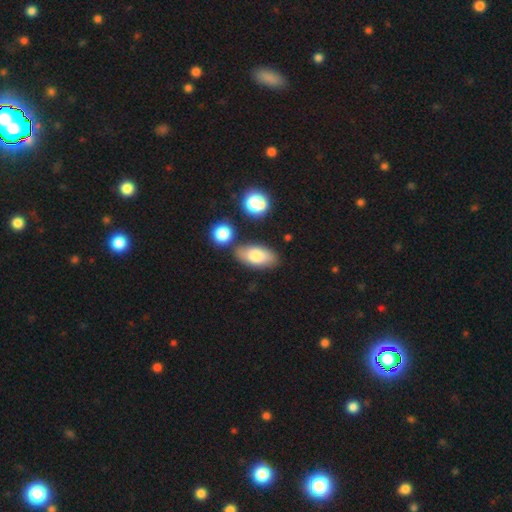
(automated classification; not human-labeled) A smooth galaxy with no disk features (77%) that is in between round and cigar-shaped (90%). Merging: none (75%).